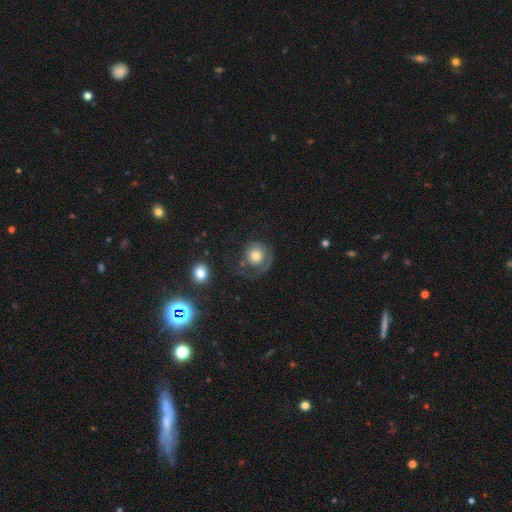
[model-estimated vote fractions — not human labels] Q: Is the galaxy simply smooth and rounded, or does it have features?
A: smooth — 53%.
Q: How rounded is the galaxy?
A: round — 87%.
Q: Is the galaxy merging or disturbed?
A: none — 43%.